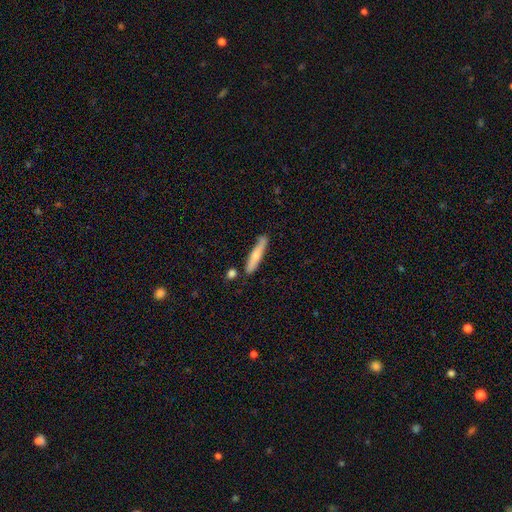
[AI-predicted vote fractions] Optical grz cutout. It shows a smooth galaxy with no disk features (64%) that is cigar-shaped (90%). Merging: none (78%).